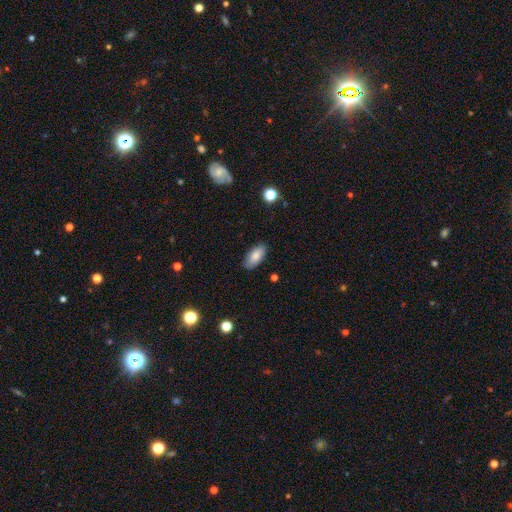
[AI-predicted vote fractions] Smooth or featured: smooth — 84% (featured or disk — 9%)
How rounded: in between — 89% (cigar-shaped — 9%)
Merging: none — 85% (minor disturbance — 11%)